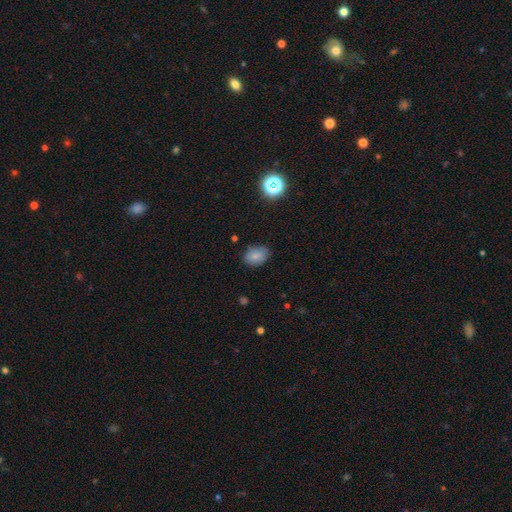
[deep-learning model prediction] Smooth or featured: smooth — 82% (star or artifact — 10%)
How rounded: in between — 79% (round — 20%)
Merging: none — 79% (minor disturbance — 16%)